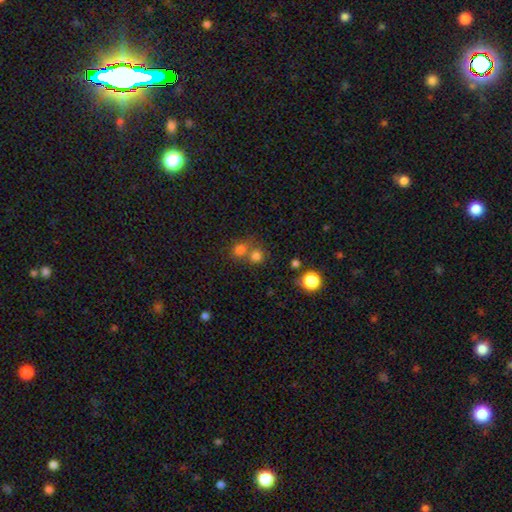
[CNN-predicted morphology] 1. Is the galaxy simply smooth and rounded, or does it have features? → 74% smooth, 18% star or artifact, 8% featured or disk.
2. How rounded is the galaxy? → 83% round, 16% in between, 1% cigar-shaped.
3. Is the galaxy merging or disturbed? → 48% none, 43% merger, 7% minor disturbance, 3% major disturbance.